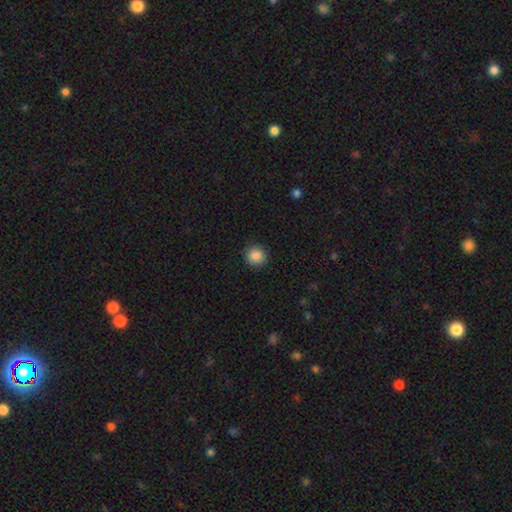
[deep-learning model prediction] This appears to be a smooth galaxy with no disk features (87%) that is round (91%). Merging: none (90%).